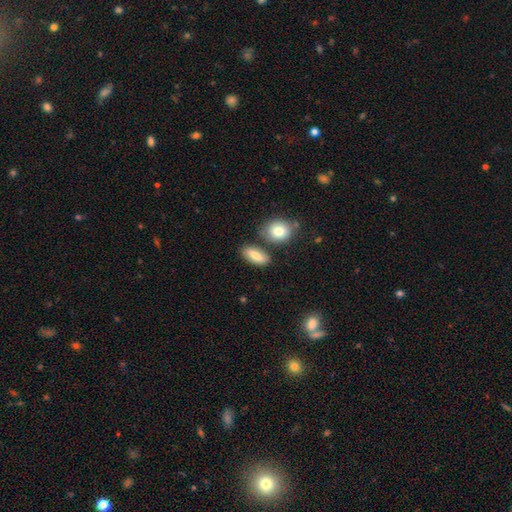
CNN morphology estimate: smooth 80%, featured or disk 13%, star or artifact 7%. Down the decision tree: how rounded — in between (80%); merging — none (70%).